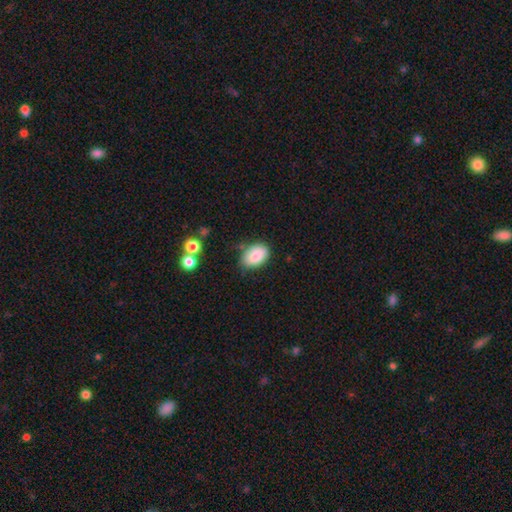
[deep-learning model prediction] The model was most divided on "merging": none: 70%, minor disturbance: 22%, major disturbance: 4%, merger: 4%. More confident: how rounded — in between (87%); smooth or featured — smooth (85%).